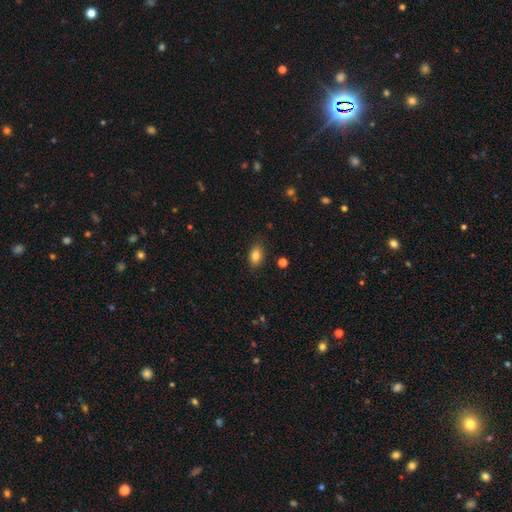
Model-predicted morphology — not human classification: A smooth galaxy with no disk features (83%) that is in between round and cigar-shaped (85%). Merging: none (84%).